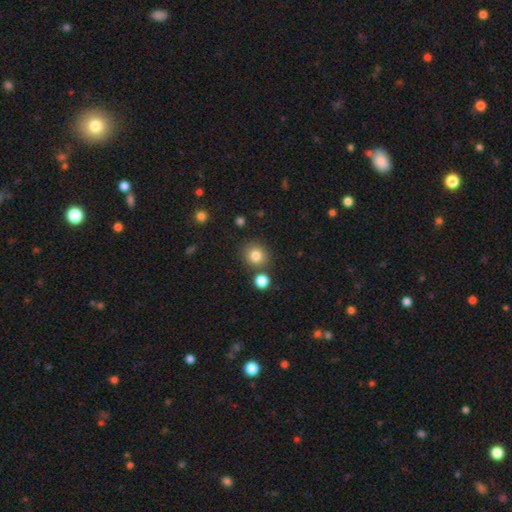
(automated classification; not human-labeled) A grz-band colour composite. It shows a smooth galaxy with no disk features (82%) that is round (87%). Merging: none (80%).